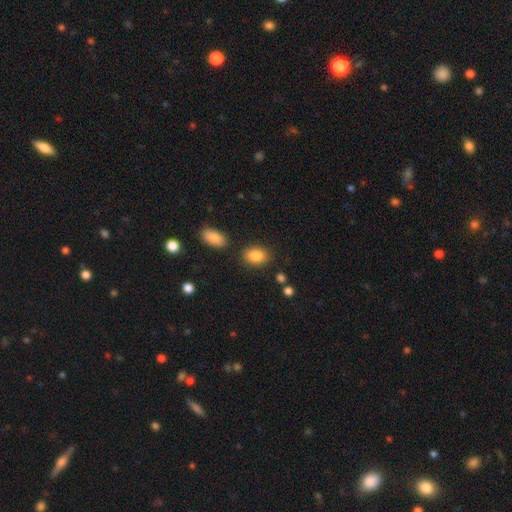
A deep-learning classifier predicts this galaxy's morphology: This appears to be a smooth galaxy with no disk features (87%) that is in between round and cigar-shaped (81%). Merging: none (81%).